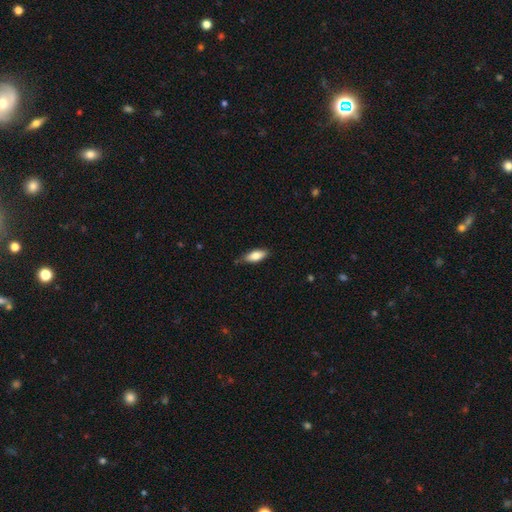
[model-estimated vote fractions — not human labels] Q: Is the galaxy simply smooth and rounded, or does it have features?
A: smooth — 78%.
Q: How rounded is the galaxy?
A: in between — 75%.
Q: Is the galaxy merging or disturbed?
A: none — 75%.